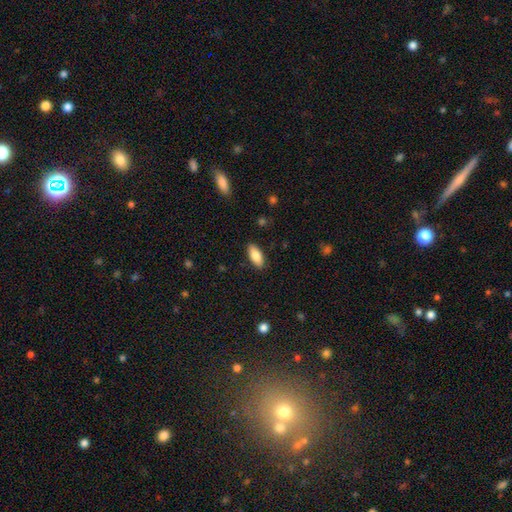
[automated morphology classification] smooth_or_featured: smooth (p=0.83) [alt: featured or disk p=0.11]
how_rounded: in between (p=0.84) [alt: cigar-shaped p=0.14]
merging: none (p=0.88) [alt: minor disturbance p=0.08]